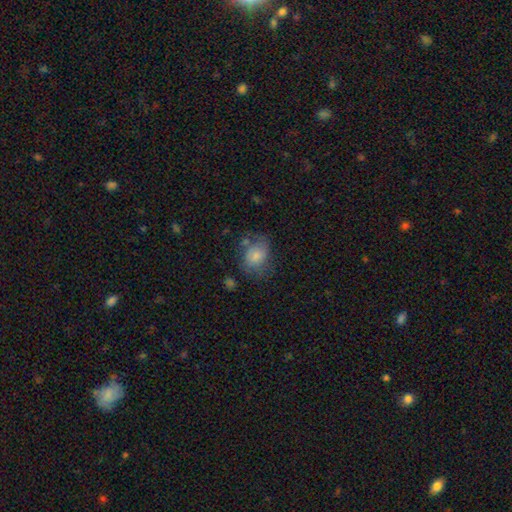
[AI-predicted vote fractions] Smooth or featured? Predicted: smooth (p=0.73). How rounded? Predicted: in between (p=0.57). Merging? Predicted: none (p=0.49).